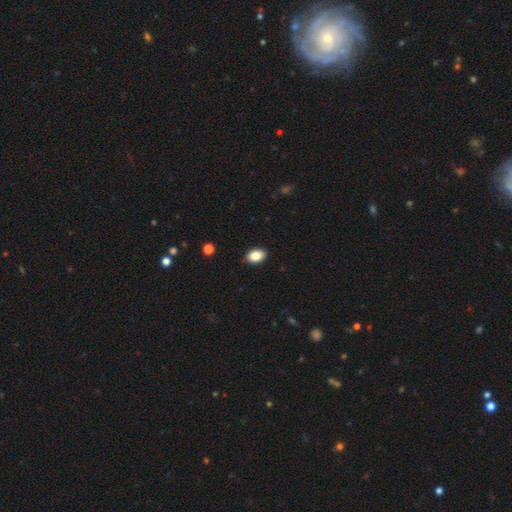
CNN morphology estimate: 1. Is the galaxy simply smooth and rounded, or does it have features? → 86% smooth, 8% star or artifact, 6% featured or disk.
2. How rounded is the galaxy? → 85% in between, 14% round, 1% cigar-shaped.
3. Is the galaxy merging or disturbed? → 89% none, 8% minor disturbance, 2% major disturbance, 1% merger.